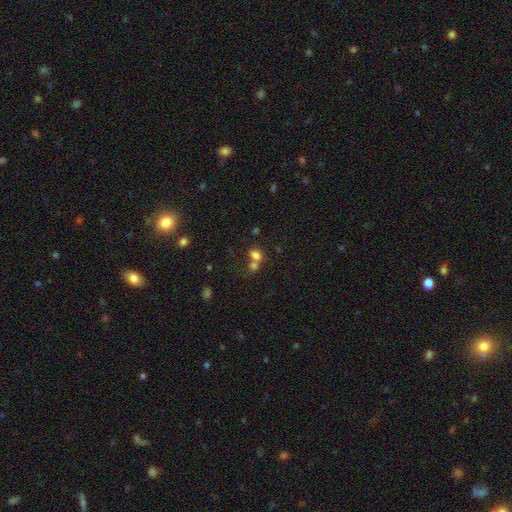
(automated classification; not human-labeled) This is likely a smooth galaxy (75%). How rounded: possibly in between (58%). Merging: possibly merger (54%).